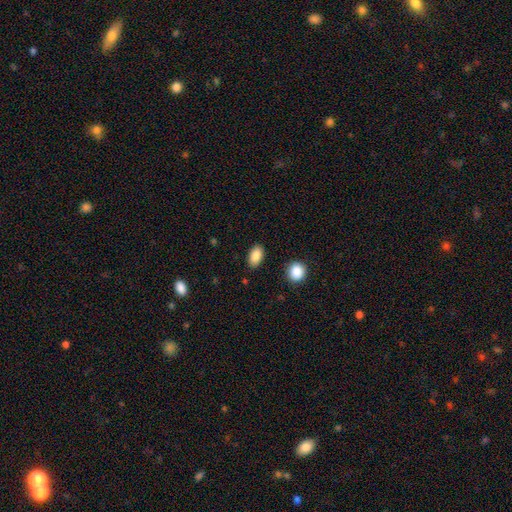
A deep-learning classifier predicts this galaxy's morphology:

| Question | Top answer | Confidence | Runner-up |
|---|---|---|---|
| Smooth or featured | smooth | 87% | star or artifact (8%) |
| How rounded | in between | 91% | round (7%) |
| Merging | none | 87% | minor disturbance (9%) |